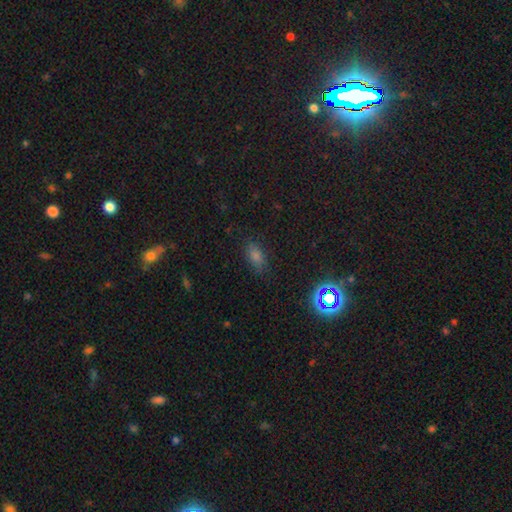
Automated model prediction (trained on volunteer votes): smooth-or-featured: smooth: 64% | star or artifact: 27% | featured or disk: 9%
  how-rounded: in between: 83% | round: 10% | cigar-shaped: 7%
  merging: none: 83% | minor disturbance: 12% | major disturbance: 3% | merger: 2%